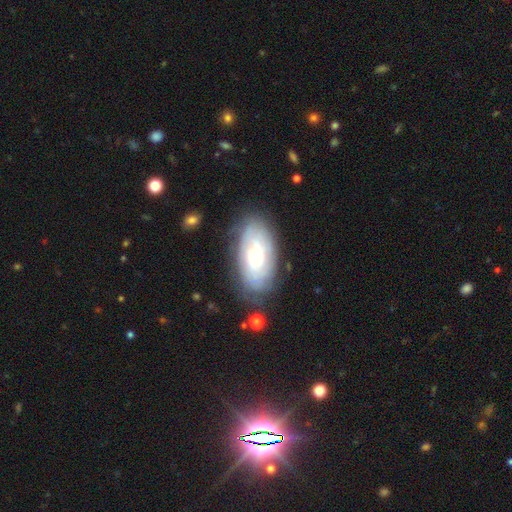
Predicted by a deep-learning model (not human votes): Q: Smooth or featured?
A: featured or disk (54%); runner-up: smooth (40%)
Q: Edge-on disk?
A: no (91%); runner-up: yes (9%)
Q: Merging?
A: none (75%); runner-up: minor disturbance (17%)